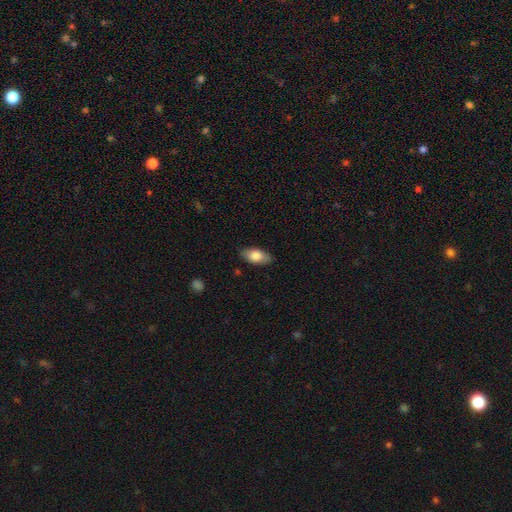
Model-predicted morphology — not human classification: smooth-or-featured: smooth: 78% | featured or disk: 15% | star or artifact: 6%
  how-rounded: in between: 91% | cigar-shaped: 5% | round: 3%
  merging: none: 84% | minor disturbance: 12% | major disturbance: 2% | merger: 1%